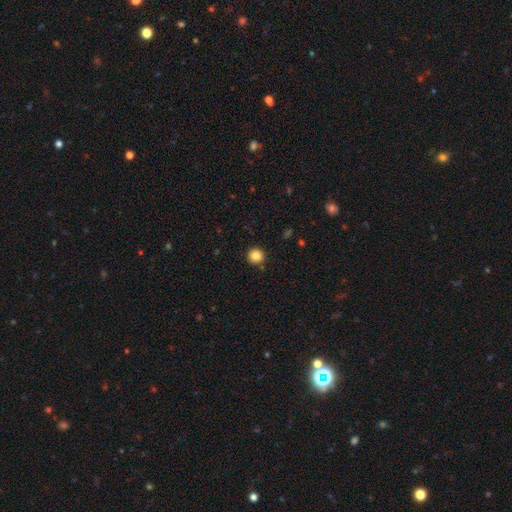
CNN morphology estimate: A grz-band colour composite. It shows a smooth galaxy with no disk features (85%) that is round (93%). Merging: none (90%).